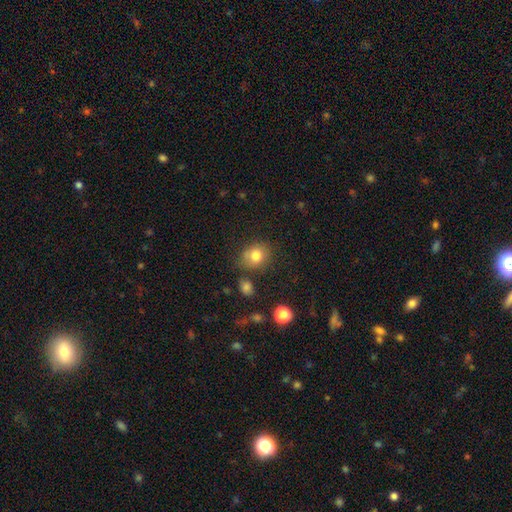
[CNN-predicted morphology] smooth_or_featured: smooth (p=0.79) [alt: star or artifact p=0.11]
how_rounded: round (p=0.61) [alt: in between p=0.38]
merging: none (p=0.64) [alt: minor disturbance p=0.20]